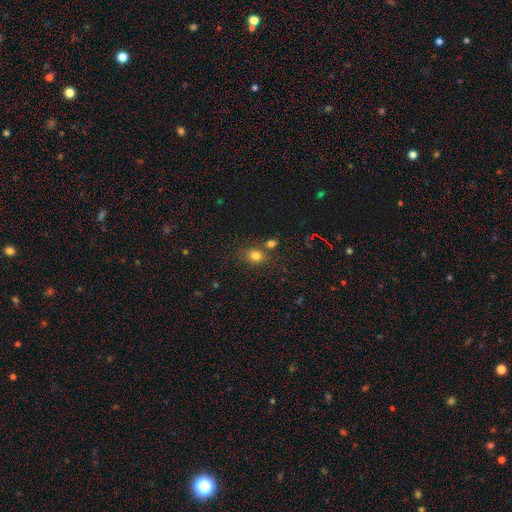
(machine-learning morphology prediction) Smooth or featured: smooth — 77% (star or artifact — 16%)
How rounded: round — 64% (in between — 34%)
Merging: none — 66% (merger — 18%)